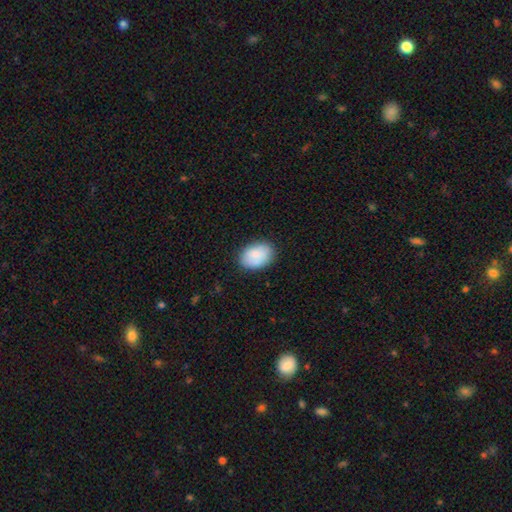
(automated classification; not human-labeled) Smooth or featured?
  - smooth: 86% *
  - featured or disk: 7%
  - star or artifact: 6%
How rounded?
  - in between: 83% *
  - round: 16%
  - cigar-shaped: 1%
Merging?
  - none: 83% *
  - minor disturbance: 13%
  - major disturbance: 3%
  - merger: 1%